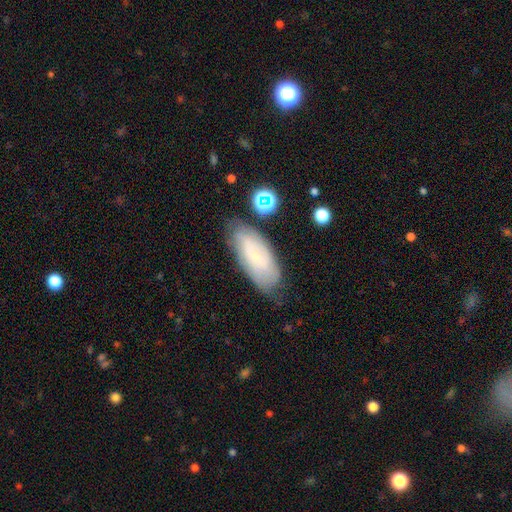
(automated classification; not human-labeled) This is possibly a featured or disk galaxy (50%). Merging: likely none (70%).